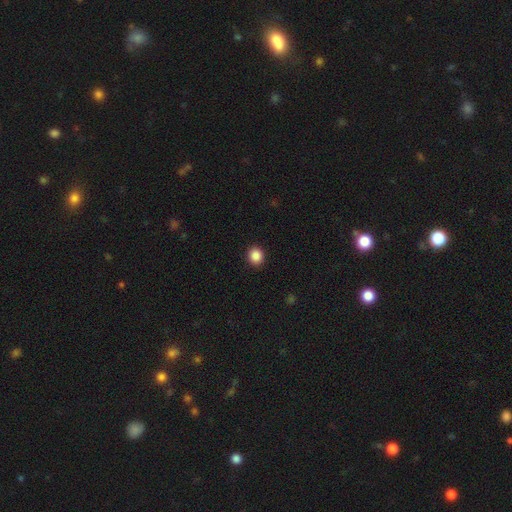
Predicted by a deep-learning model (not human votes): The model was most divided on "how rounded": round: 80%, in between: 20%, cigar-shaped: 1%. More confident: merging — none (91%); smooth or featured — smooth (88%).